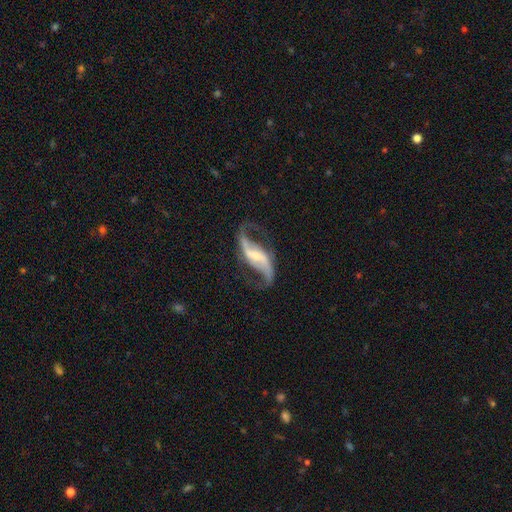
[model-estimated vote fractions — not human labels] A featured or disk galaxy (91%) with a strong bar (46%), 2 (94%) loose (81%) spiral arms (97%) and a small central bulge (54%).

Vote fractions:
- Smooth or featured? featured or disk: 91% / star or artifact: 5% / smooth: 4%
- Edge-on disk? no: 95% / yes: 5%
- Bar? strong: 46% / weak: 35% / no: 19%
- Spiral arms? yes: 97% / no: 3%
- Spiral winding? loose: 81% / medium: 15% / tight: 3%
- Spiral arm count? 2: 94% / 1: 2% / can't tell: 1% / 3: 1% / 4: 1% / more than 4: 1%
- Bulge size? small: 54% / moderate: 28% / none: 11% / large: 5% / dominant: 2%
- Merging? none: 76% / minor disturbance: 12% / major disturbance: 9% / merger: 2%